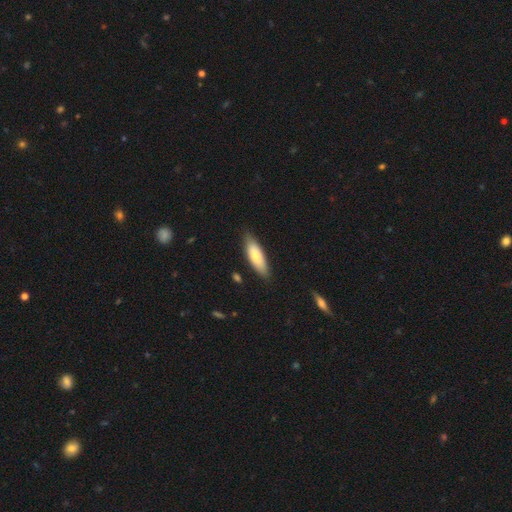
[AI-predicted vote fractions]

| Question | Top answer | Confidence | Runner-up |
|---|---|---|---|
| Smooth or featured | smooth | 74% | featured or disk (21%) |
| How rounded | in between | 57% | cigar-shaped (41%) |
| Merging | none | 83% | minor disturbance (14%) |